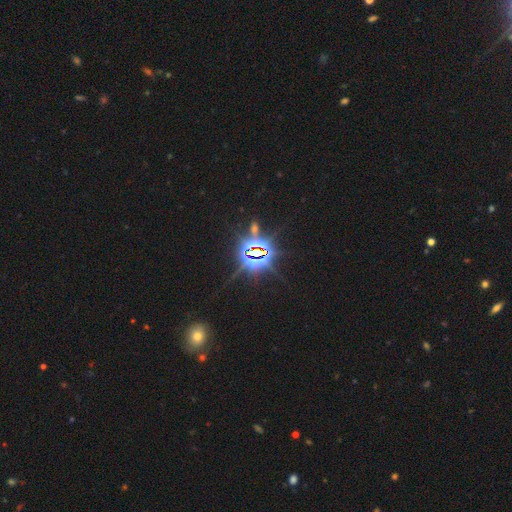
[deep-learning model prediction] Q: Smooth or featured?
A: star or artifact (86%); runner-up: featured or disk (8%)